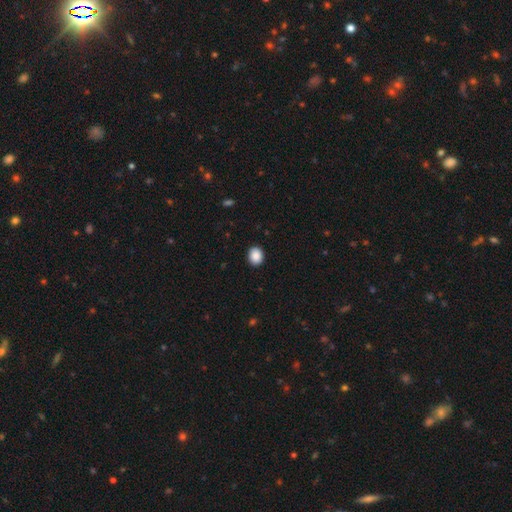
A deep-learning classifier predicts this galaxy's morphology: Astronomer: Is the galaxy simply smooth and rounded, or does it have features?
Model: smooth — 89%.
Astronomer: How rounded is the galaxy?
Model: round — 55% (runner-up: in between, 44%).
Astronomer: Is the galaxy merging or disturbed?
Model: none — 91%.